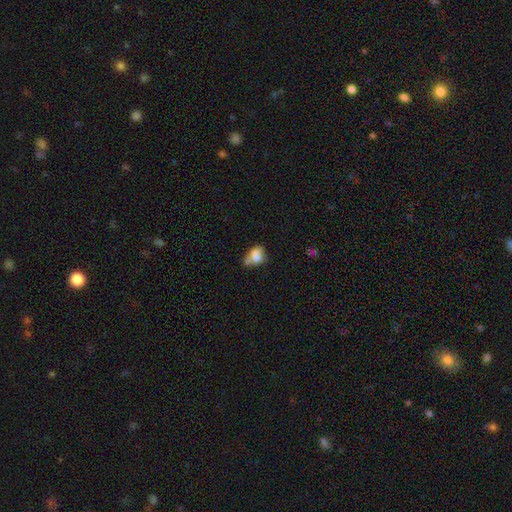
Smooth or featured?
  - smooth: 68% *
  - featured or disk: 28%
  - star or artifact: 5%
How rounded?
  - in between: 85% *
  - round: 15%
  - cigar-shaped: 0%
Merging?
  - minor disturbance: 42% *
  - none: 29%
  - major disturbance: 18%
  - merger: 11%